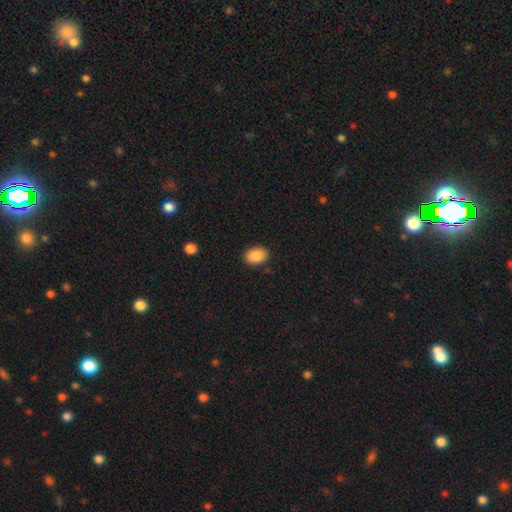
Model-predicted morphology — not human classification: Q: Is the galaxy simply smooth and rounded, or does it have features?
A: smooth — 90%.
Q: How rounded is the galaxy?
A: in between — 82%.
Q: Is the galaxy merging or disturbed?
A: none — 89%.